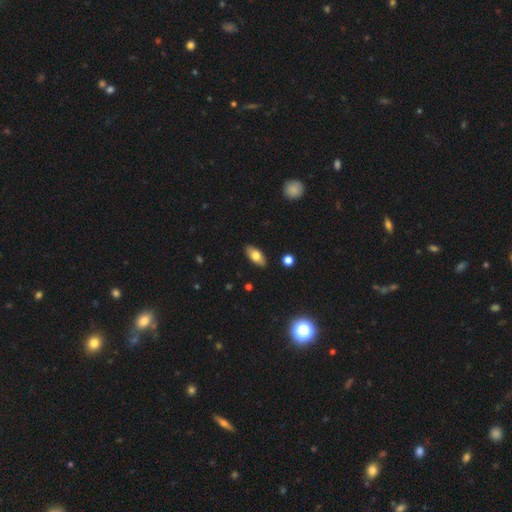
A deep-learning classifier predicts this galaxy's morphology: A smooth galaxy with no disk features (73%) that is in between round and cigar-shaped (87%). Merging: none (88%).